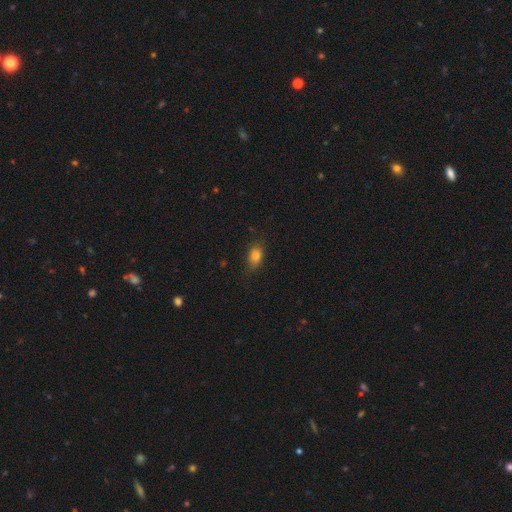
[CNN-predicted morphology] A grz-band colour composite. It shows a smooth galaxy with no disk features (80%) that is in between round and cigar-shaped (76%). Merging: none (74%).